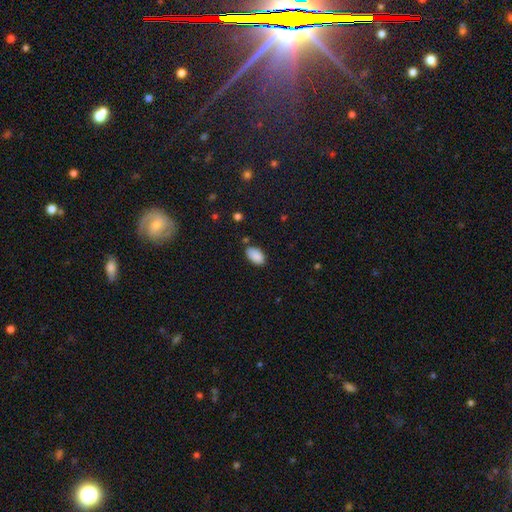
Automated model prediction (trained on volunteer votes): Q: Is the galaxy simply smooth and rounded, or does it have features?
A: smooth — 88%.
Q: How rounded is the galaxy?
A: in between — 94%.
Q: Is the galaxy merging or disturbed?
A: none — 76%.